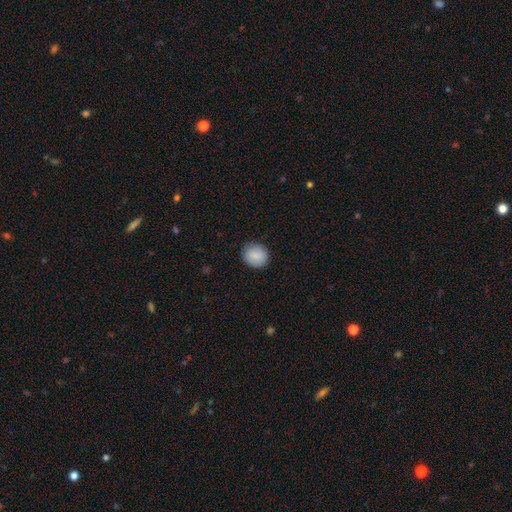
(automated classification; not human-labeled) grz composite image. It shows a smooth galaxy with no disk features (86%) that is round (80%). Merging: none (87%).